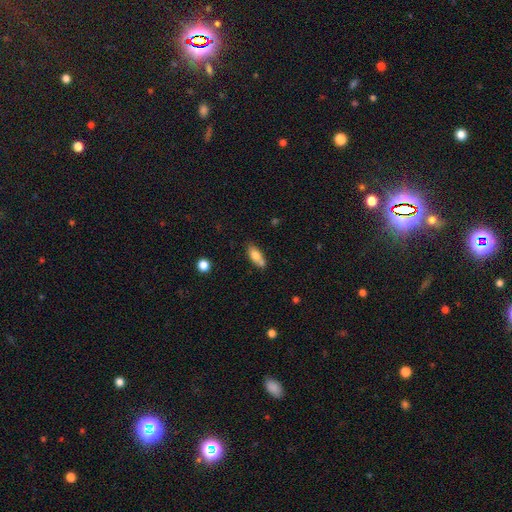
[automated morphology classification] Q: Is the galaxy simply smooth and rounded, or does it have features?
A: smooth — 74%.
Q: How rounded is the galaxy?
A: in between — 76%.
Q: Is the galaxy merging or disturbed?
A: none — 51%.